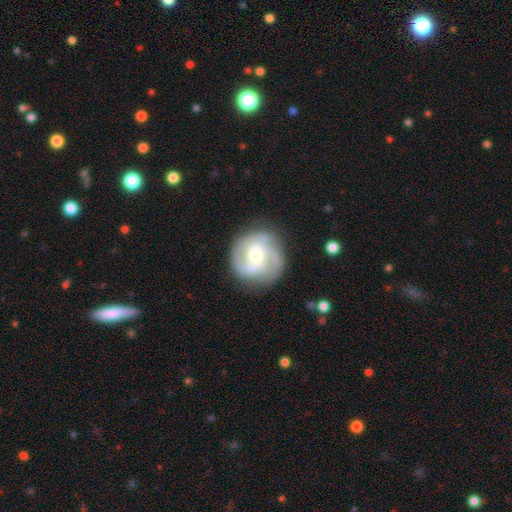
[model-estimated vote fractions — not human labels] Morphology: type=featured or disk (85%); edge-on=no (98%); bar=no (49%); spiral arms=yes (97%); winding=medium (45%, tied with tight); arm count=2 (49%); bulge=moderate (52%); merging=none (81%).